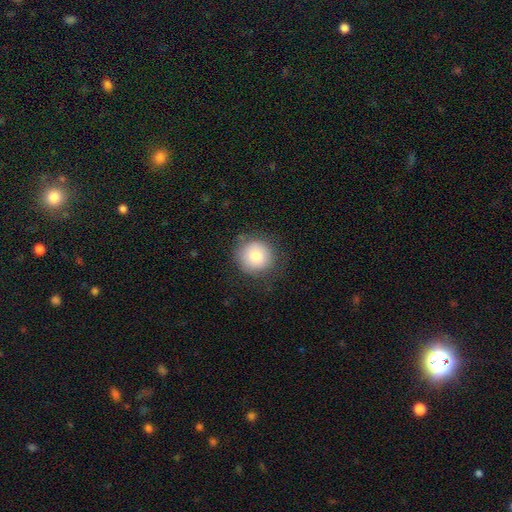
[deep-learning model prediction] The model was most divided on "merging": none: 79%, minor disturbance: 15%, major disturbance: 5%, merger: 1%. More confident: how rounded — round (92%); smooth or featured — smooth (81%).